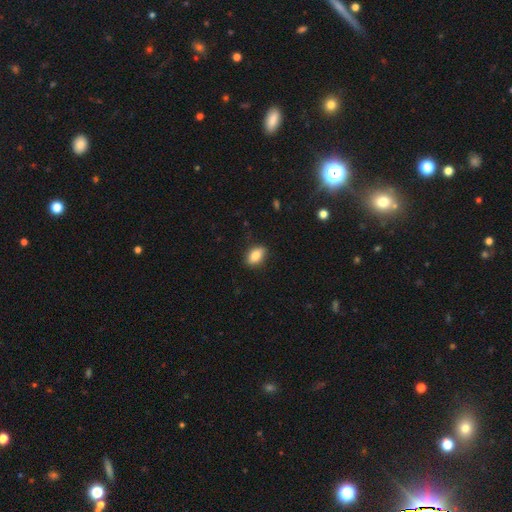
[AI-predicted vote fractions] Smooth or featured?
  - smooth: 81% *
  - featured or disk: 11%
  - star or artifact: 8%
How rounded?
  - in between: 86% *
  - round: 9%
  - cigar-shaped: 5%
Merging?
  - none: 83% *
  - minor disturbance: 13%
  - major disturbance: 3%
  - merger: 1%